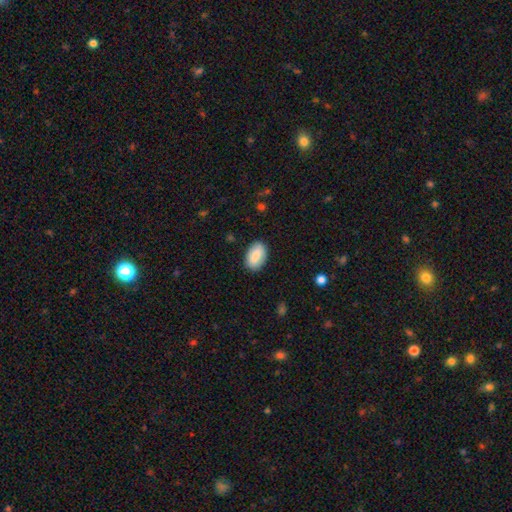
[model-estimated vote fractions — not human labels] The model was most divided on "smooth or featured": smooth: 81%, featured or disk: 13%, star or artifact: 6%. More confident: how rounded — in between (92%); merging — none (86%).